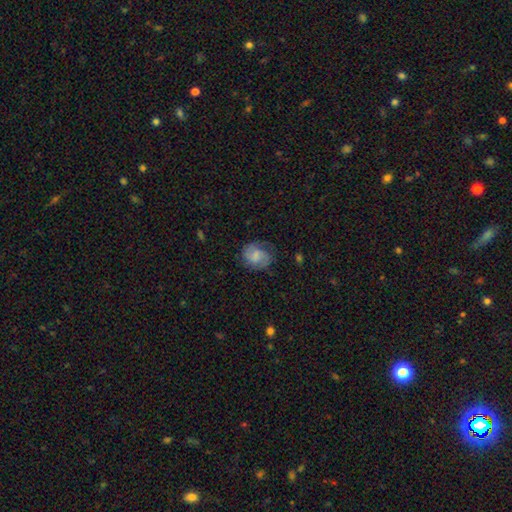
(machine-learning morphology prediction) This is possibly a featured or disk galaxy (46%, tied with smooth). Merging: likely none (62%).